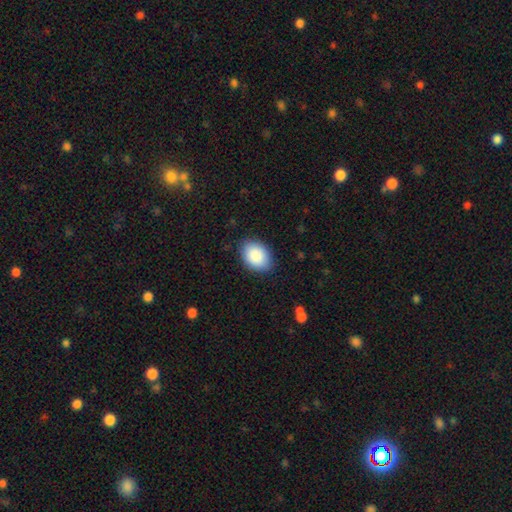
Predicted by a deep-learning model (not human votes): The model was most divided on "how rounded": in between: 83%, round: 16%, cigar-shaped: 1%. More confident: smooth or featured — smooth (89%); merging — none (86%).